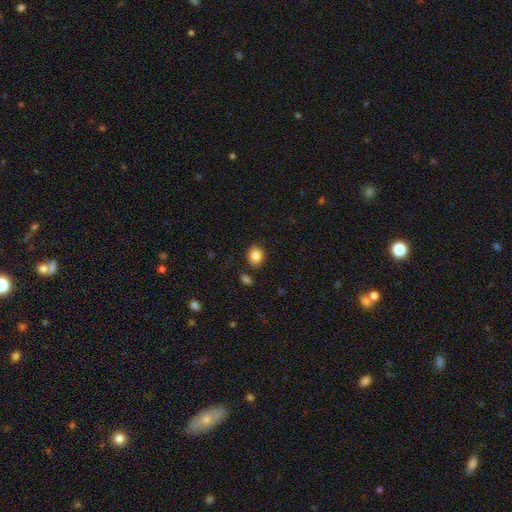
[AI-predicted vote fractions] The model was most divided on "how rounded": round: 72%, in between: 27%, cigar-shaped: 1%. More confident: smooth or featured — smooth (86%); merging — none (84%).